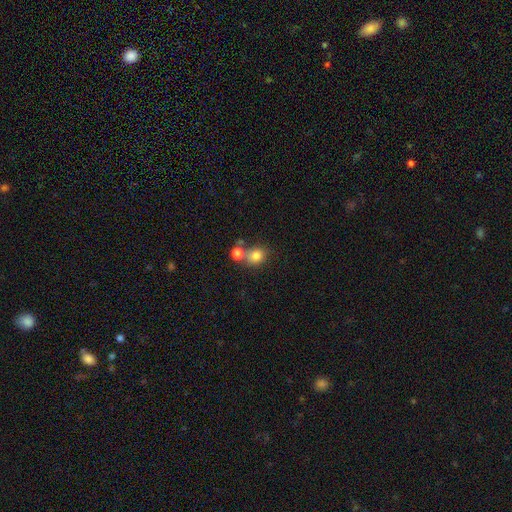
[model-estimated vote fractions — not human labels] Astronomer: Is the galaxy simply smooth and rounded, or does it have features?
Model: smooth — 81%.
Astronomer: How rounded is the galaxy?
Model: round — 69%.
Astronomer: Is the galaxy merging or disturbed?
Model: none — 54% (runner-up: merger, 31%).